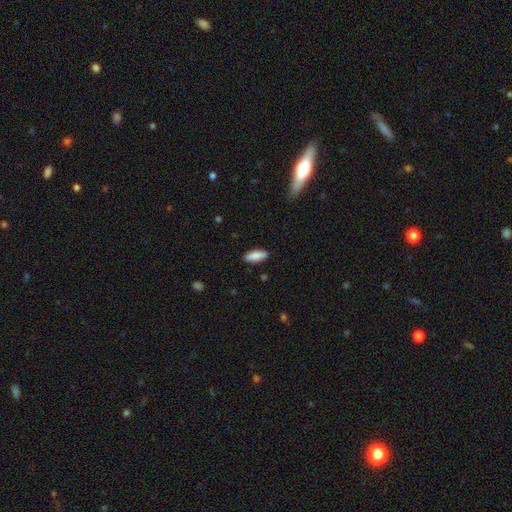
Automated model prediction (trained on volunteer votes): The model was most divided on "how rounded": in between: 77%, cigar-shaped: 22%, round: 2%. More confident: smooth or featured — smooth (89%); merging — none (88%).